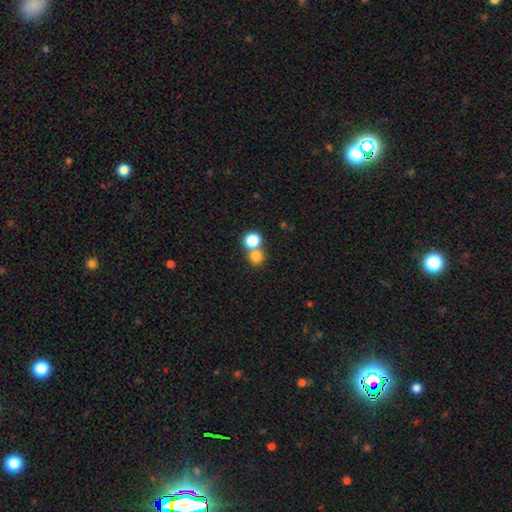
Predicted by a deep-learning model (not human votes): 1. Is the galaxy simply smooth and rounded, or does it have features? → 79% smooth, 13% star or artifact, 8% featured or disk.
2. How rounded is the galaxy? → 87% round, 12% in between, 1% cigar-shaped.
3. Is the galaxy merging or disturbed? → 51% none, 41% merger, 6% minor disturbance, 3% major disturbance.